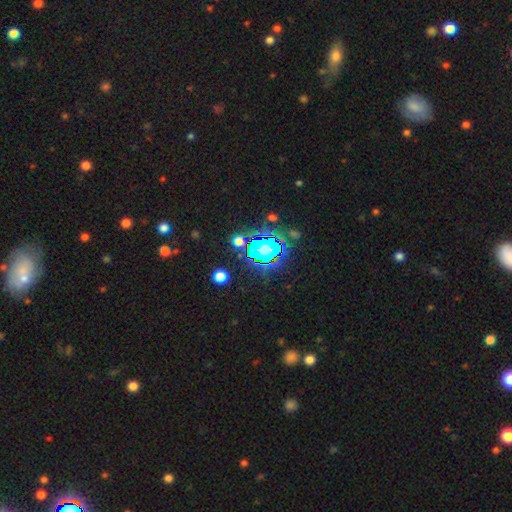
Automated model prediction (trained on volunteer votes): Q: Smooth or featured?
A: star or artifact (78%); runner-up: smooth (14%)